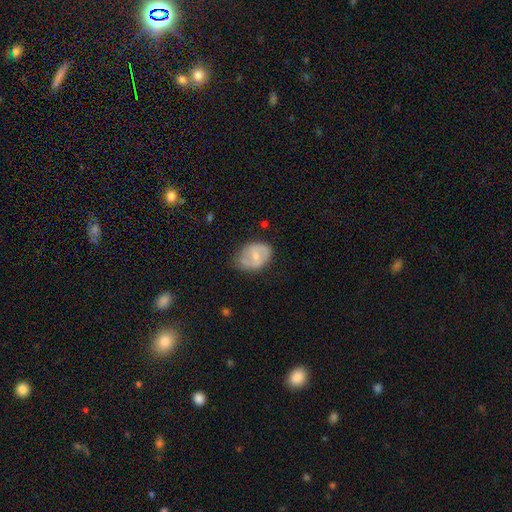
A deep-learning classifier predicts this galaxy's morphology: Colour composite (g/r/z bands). It shows a smooth galaxy with no disk features (51%) that is in between round and cigar-shaped (70%). Merging: none (57%).